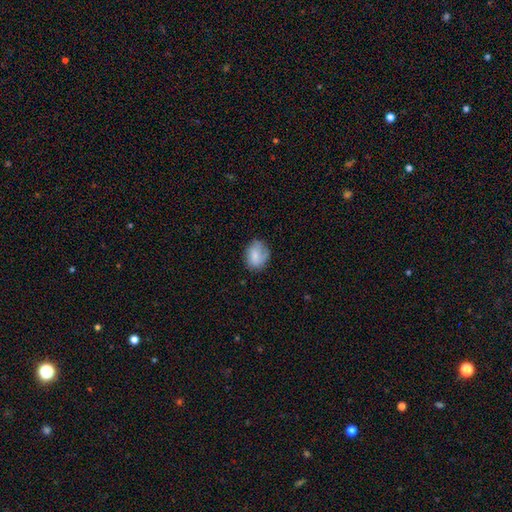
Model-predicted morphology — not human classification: Smooth or featured?
  - smooth: 70% *
  - featured or disk: 22%
  - star or artifact: 8%
How rounded?
  - round: 53% *
  - in between: 45%
  - cigar-shaped: 1%
Merging?
  - none: 67% *
  - minor disturbance: 24%
  - major disturbance: 8%
  - merger: 1%